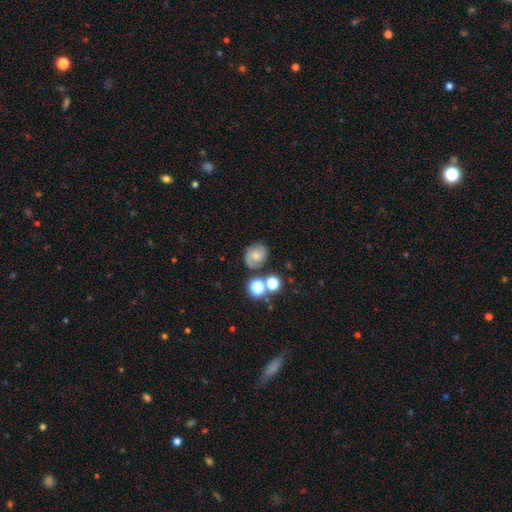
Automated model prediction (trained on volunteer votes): smooth 45%, featured or disk 41%, star or artifact 14%. Down the decision tree: merging — none (67%).